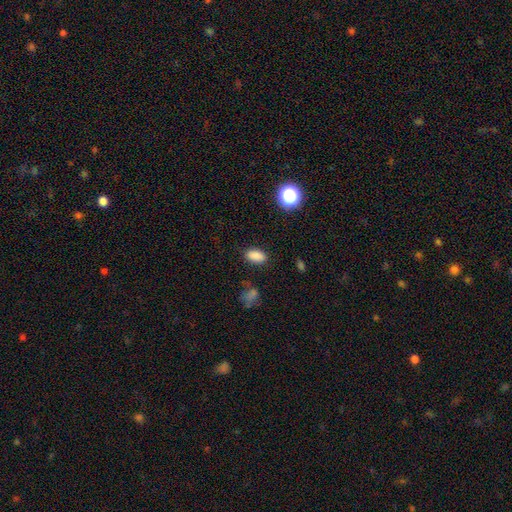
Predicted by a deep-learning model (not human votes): Smooth or featured? Predicted: smooth (p=0.85). How rounded? Predicted: in between (p=0.89). Merging? Predicted: none (p=0.86).